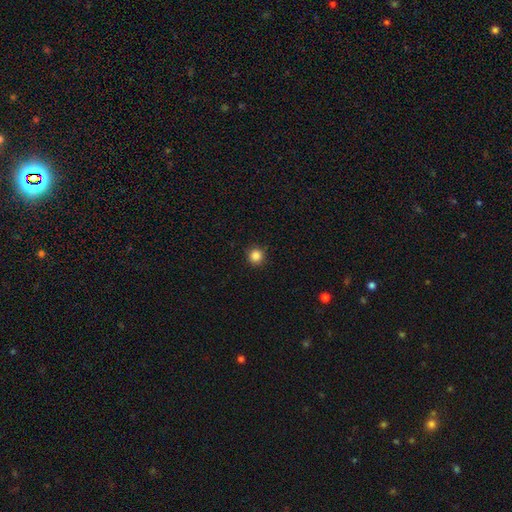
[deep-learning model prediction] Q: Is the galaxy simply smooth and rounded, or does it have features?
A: smooth — 85%.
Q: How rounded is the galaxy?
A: round — 94%.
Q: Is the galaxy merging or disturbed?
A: none — 92%.